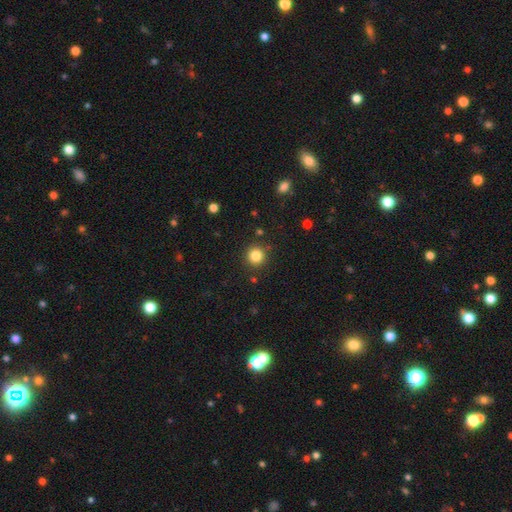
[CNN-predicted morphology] Smooth or featured? Predicted: smooth (p=0.84). How rounded? Predicted: round (p=0.94). Merging? Predicted: none (p=0.89).